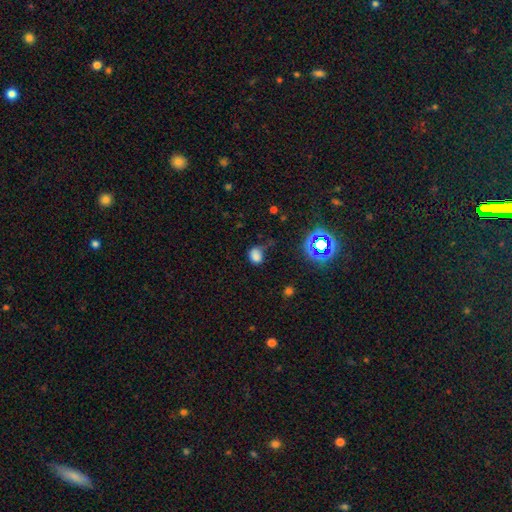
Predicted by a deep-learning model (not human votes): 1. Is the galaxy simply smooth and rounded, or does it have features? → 72% smooth, 21% star or artifact, 7% featured or disk.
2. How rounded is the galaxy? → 56% in between, 43% round, 1% cigar-shaped.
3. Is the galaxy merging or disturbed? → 52% none, 29% minor disturbance, 14% major disturbance, 5% merger.